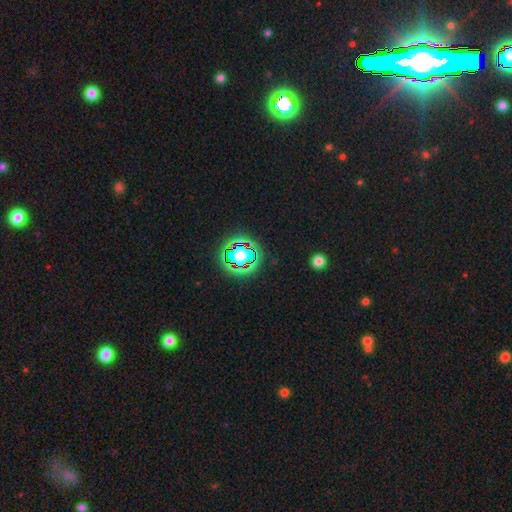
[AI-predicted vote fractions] star or artifact 80%, smooth 13%, featured or disk 8%.